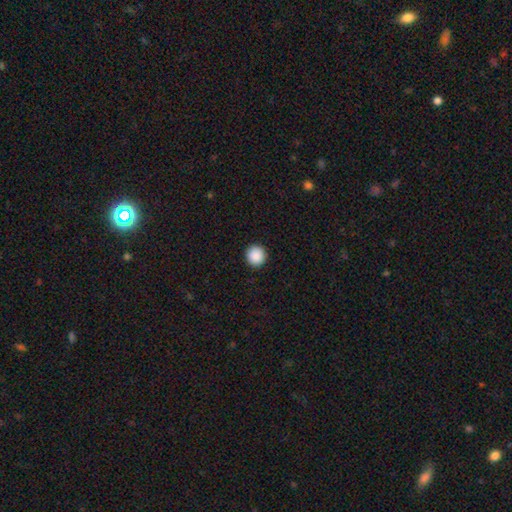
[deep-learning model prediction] Smooth or featured? smooth (89%)
How rounded? round (95%)
Merging? none (93%)